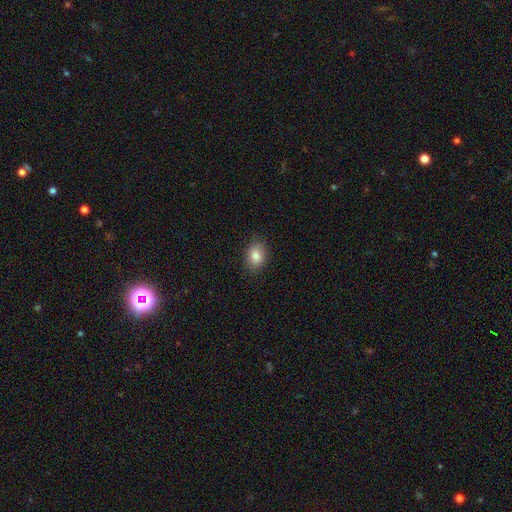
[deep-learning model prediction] Smooth or featured? smooth (84%)
How rounded? in between (77%)
Merging? none (87%)